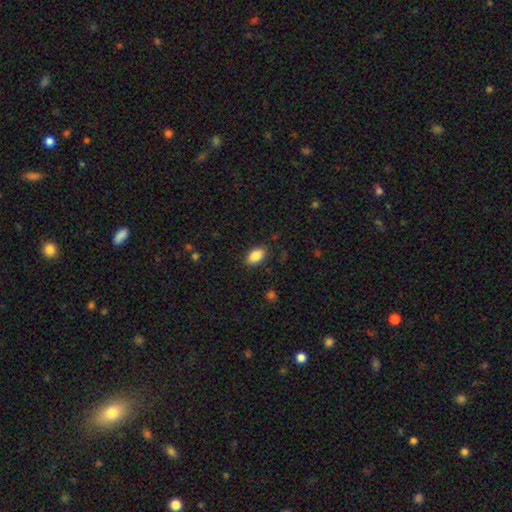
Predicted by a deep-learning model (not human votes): Smooth or featured? smooth (87%)
How rounded? in between (91%)
Merging? none (86%)